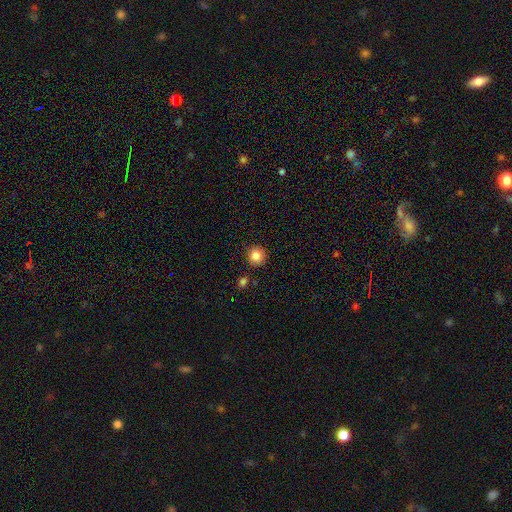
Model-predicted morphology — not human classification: Smooth or featured: smooth — 83% (star or artifact — 10%)
How rounded: round — 94% (in between — 5%)
Merging: none — 89% (minor disturbance — 6%)